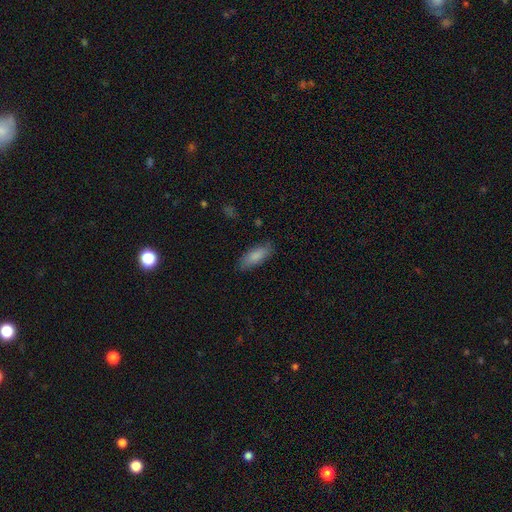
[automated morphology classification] smooth 85%, featured or disk 8%, star or artifact 6%. Down the decision tree: how rounded — in between (73%); merging — none (84%).